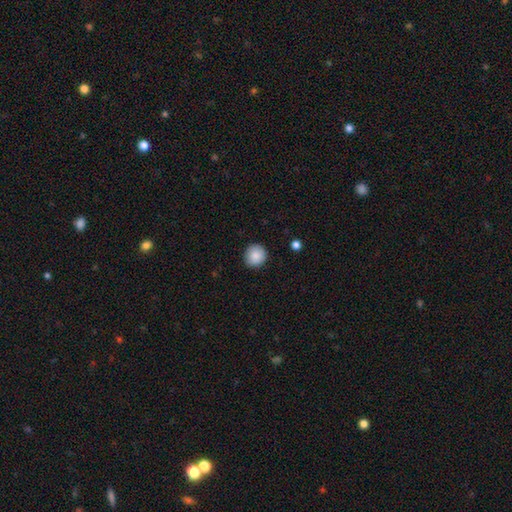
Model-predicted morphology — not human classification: Smooth or featured? Predicted: smooth (p=0.88). How rounded? Predicted: round (p=0.92). Merging? Predicted: none (p=0.91).